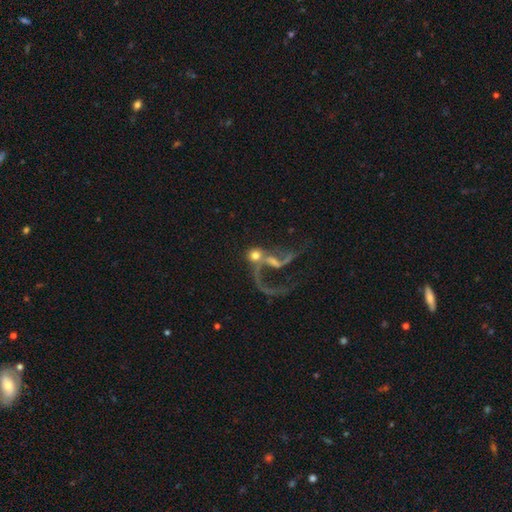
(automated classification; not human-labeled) smooth-or-featured: smooth: 44% | featured or disk: 43% | star or artifact: 13%
  merging: merger: 40% | none: 28% | major disturbance: 23% | minor disturbance: 9%